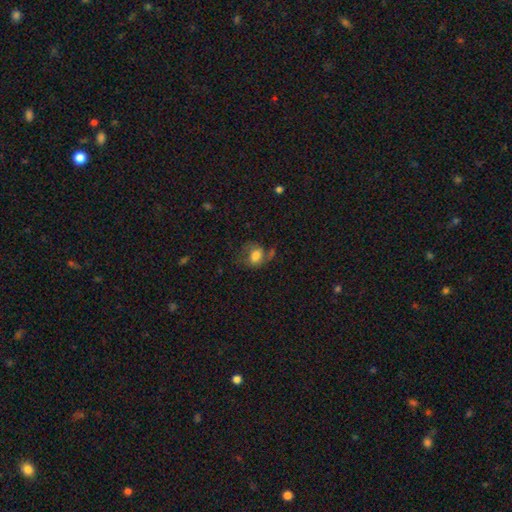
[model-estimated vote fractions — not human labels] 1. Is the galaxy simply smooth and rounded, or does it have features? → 66% smooth, 24% featured or disk, 10% star or artifact.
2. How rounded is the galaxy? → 58% in between, 40% round, 1% cigar-shaped.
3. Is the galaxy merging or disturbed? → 37% none, 27% major disturbance, 25% minor disturbance, 11% merger.